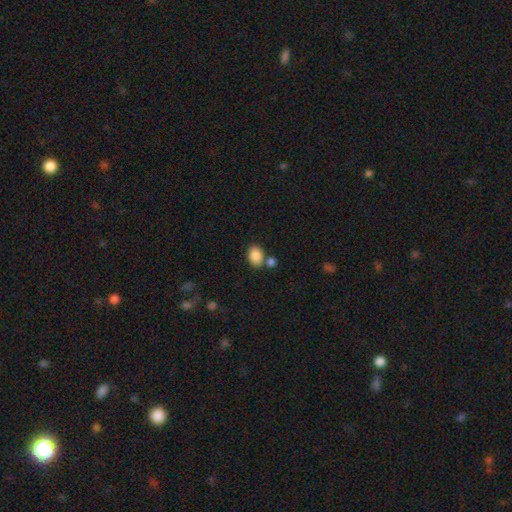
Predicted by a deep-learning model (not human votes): Overall: smooth (88%). How rounded: in between (77%). Merging: none (64%).